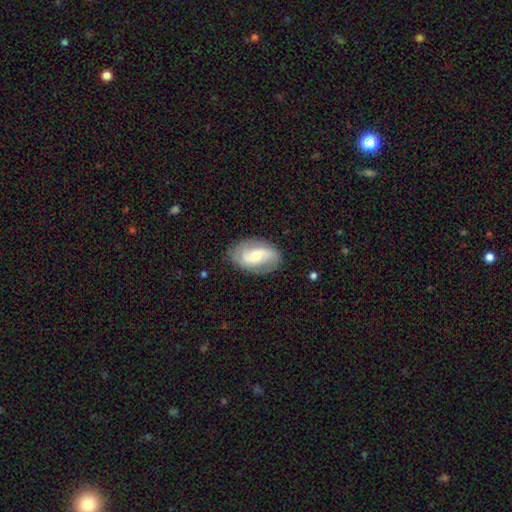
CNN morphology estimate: Q: Smooth or featured?
A: featured or disk (65%); runner-up: smooth (29%)
Q: Edge-on disk?
A: no (96%); runner-up: yes (4%)
Q: Bar?
A: weak (45%); runner-up: no (33%)
Q: Spiral arms?
A: yes (85%); runner-up: no (15%)
Q: Spiral winding?
A: medium (42%); runner-up: loose (36%)
Q: Spiral arm count?
A: 2 (84%); runner-up: can't tell (9%)
Q: Bulge size?
A: moderate (51%); runner-up: small (38%)
Q: Merging?
A: none (80%); runner-up: minor disturbance (14%)